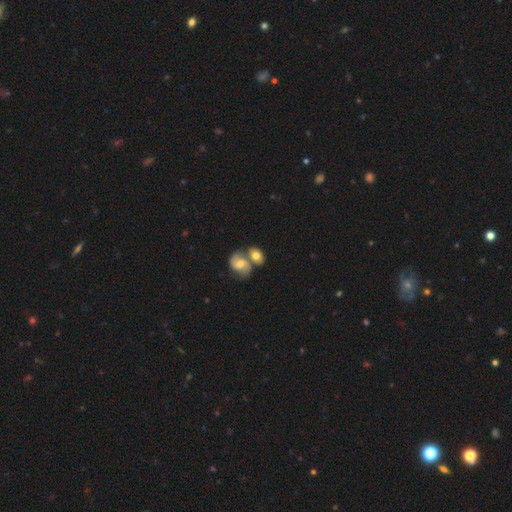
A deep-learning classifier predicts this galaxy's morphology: Q: Smooth or featured?
A: smooth (59%); runner-up: featured or disk (32%)
Q: How rounded?
A: in between (64%); runner-up: round (34%)
Q: Merging?
A: merger (52%); runner-up: none (35%)